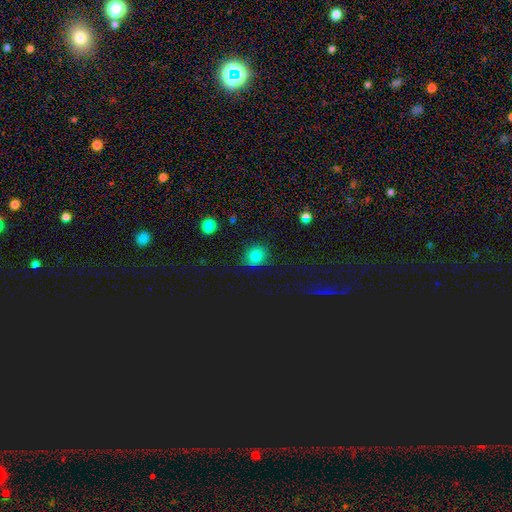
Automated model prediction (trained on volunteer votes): Overall: smooth (75%). How rounded: round (78%). Merging: none (79%).